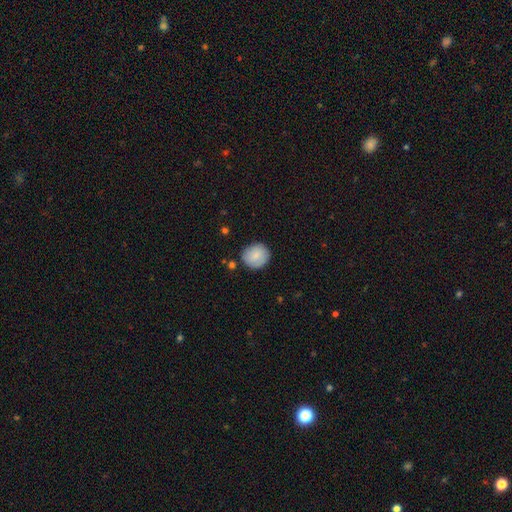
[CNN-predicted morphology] Smooth or featured: smooth — 83% (featured or disk — 10%)
How rounded: round — 84% (in between — 15%)
Merging: none — 82% (minor disturbance — 12%)